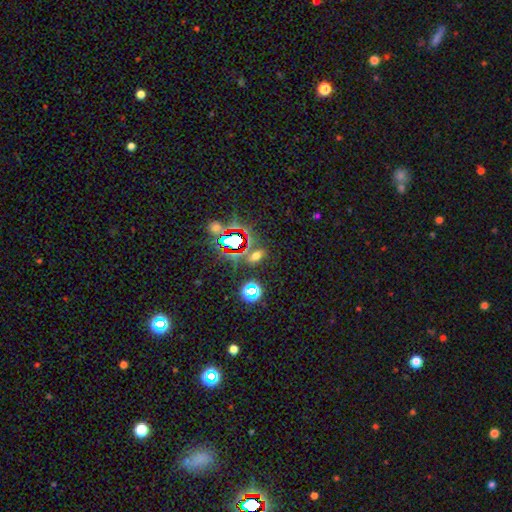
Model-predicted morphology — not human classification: The model was most divided on "smooth or featured": star or artifact: 46%, smooth: 44%, featured or disk: 10%.